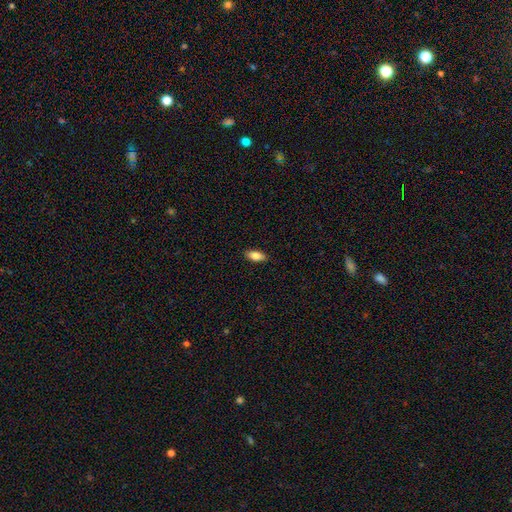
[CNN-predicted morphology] smooth_or_featured: smooth (p=0.83) [alt: featured or disk p=0.10]
how_rounded: in between (p=0.86) [alt: cigar-shaped p=0.11]
merging: none (p=0.88) [alt: minor disturbance p=0.09]